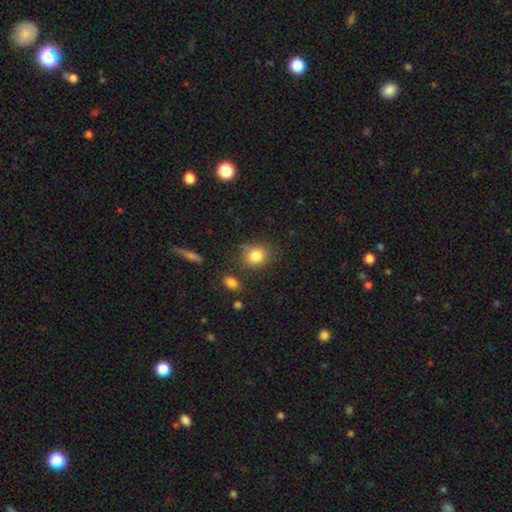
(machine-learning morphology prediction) A smooth galaxy with no disk features (83%) that is round (70%). Merging: none (78%).